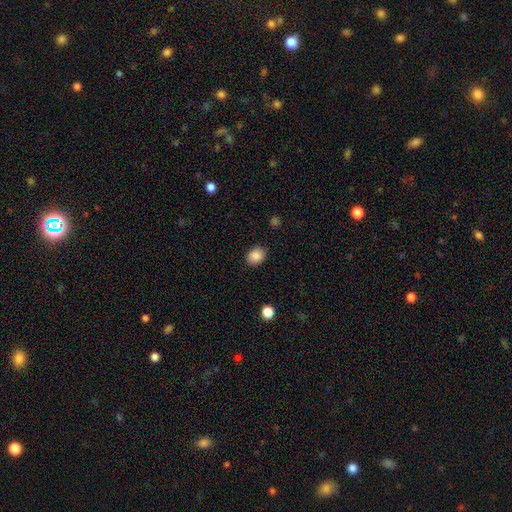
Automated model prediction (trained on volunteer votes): This is clearly a smooth galaxy (88%). How rounded: possibly in between (54%). Merging: clearly none (88%).